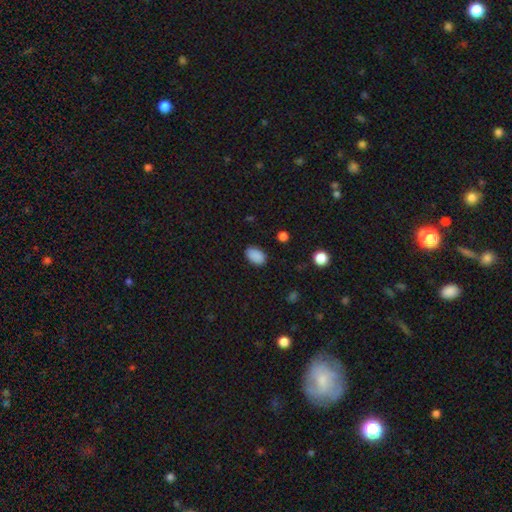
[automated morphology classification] The model was most divided on "merging": none: 87%, minor disturbance: 9%, major disturbance: 2%, merger: 1%. More confident: how rounded — in between (90%); smooth or featured — smooth (89%).